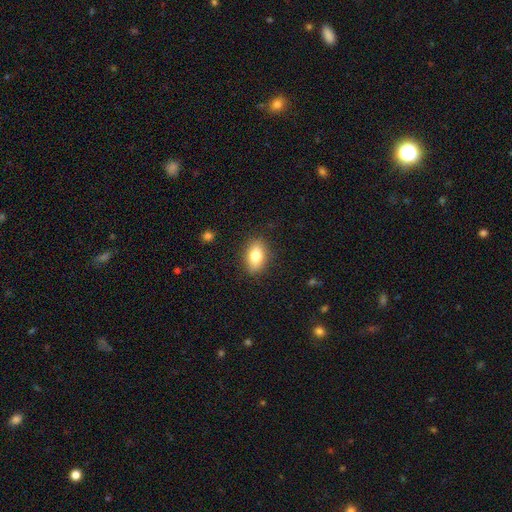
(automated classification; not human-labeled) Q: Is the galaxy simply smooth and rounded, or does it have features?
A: smooth — 79%.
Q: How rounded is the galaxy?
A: in between — 85%.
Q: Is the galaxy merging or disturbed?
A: none — 85%.